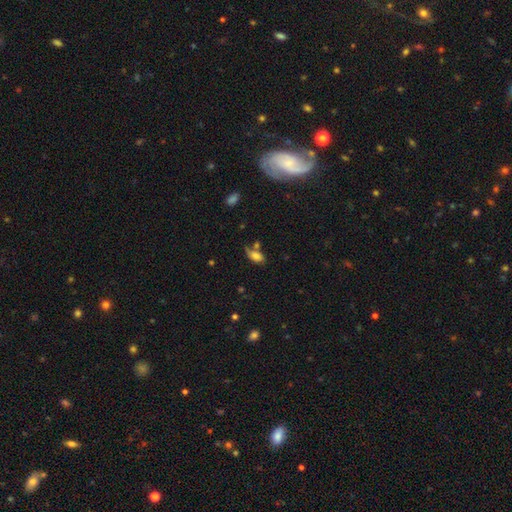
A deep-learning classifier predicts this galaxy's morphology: This appears to be a smooth galaxy with no disk features (75%) that is in between round and cigar-shaped (88%). Merging: none (44%).